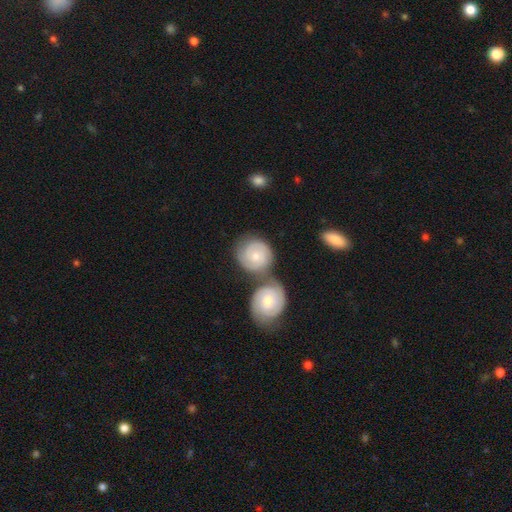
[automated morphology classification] Overall: featured or disk (59%; smooth 36%). Edge-on disk: no (97%). Bar: no (75%). Spiral arms: yes (91%). Spiral arm count: 2 (65%). Spiral winding: tight (67%). Bulge size: small (52%; moderate 42%). Merging: merger (46%; none 39%).